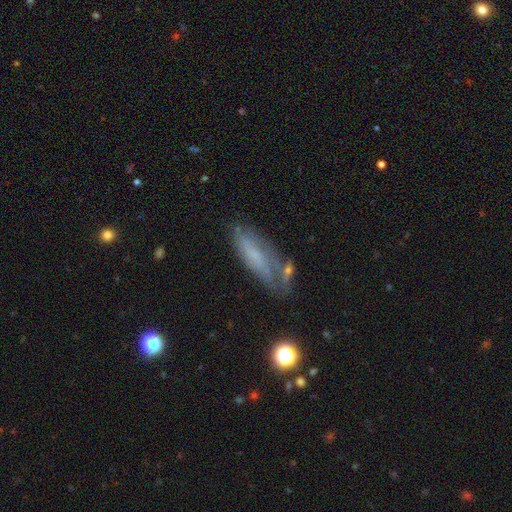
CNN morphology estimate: This appears to be a smooth galaxy with no disk features (51%) that is in between round and cigar-shaped (49%). Merging: none (56%).